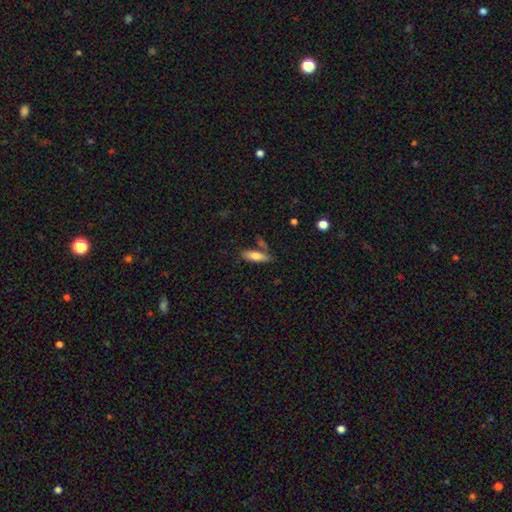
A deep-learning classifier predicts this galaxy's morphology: Smooth or featured: smooth — 74% (featured or disk — 19%)
How rounded: cigar-shaped — 50% (in between — 48%)
Merging: none — 73% (minor disturbance — 13%)